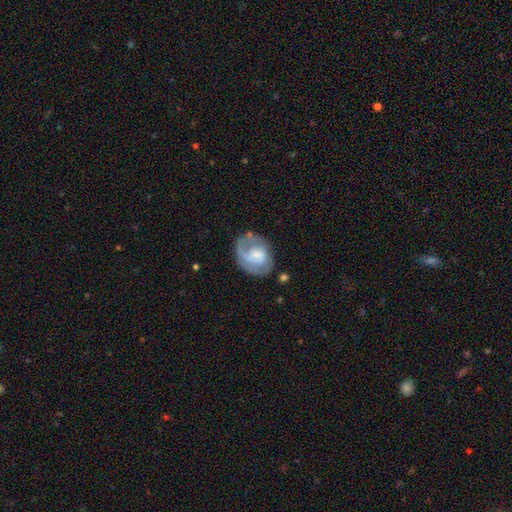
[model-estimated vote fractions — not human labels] featured or disk 55%, smooth 38%, star or artifact 7%. Down the decision tree: edge-on disk — no (97%); bar — no (58%); spiral arms — yes (68%); bulge size — small (32%); merging — none (51%).